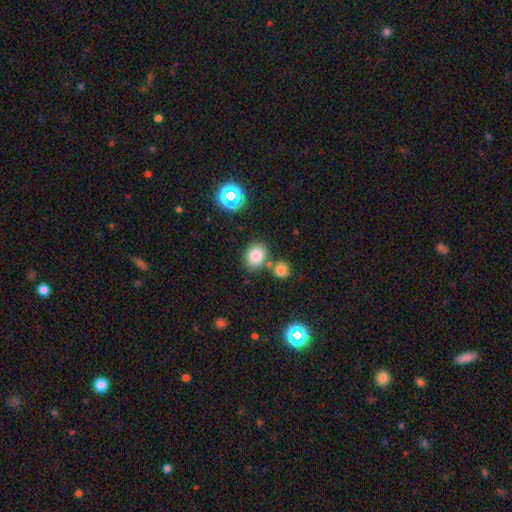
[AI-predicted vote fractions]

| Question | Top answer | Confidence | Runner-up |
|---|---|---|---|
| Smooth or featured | smooth | 82% | star or artifact (11%) |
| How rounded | in between | 62% | round (37%) |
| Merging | none | 72% | merger (14%) |